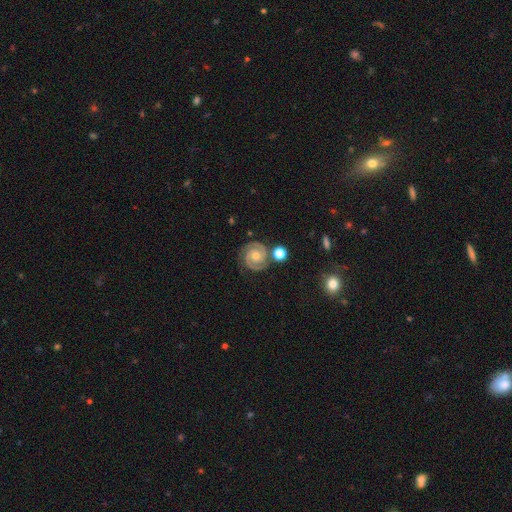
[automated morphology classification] Smooth or featured? featured or disk (89%)
Edge-on disk? no (98%)
Bar? no (73%)
Spiral arms? yes (98%)
Spiral winding? tight (73%)
Spiral arm count? 2 (90%)
Bulge size? moderate (51%)
Merging? none (82%)